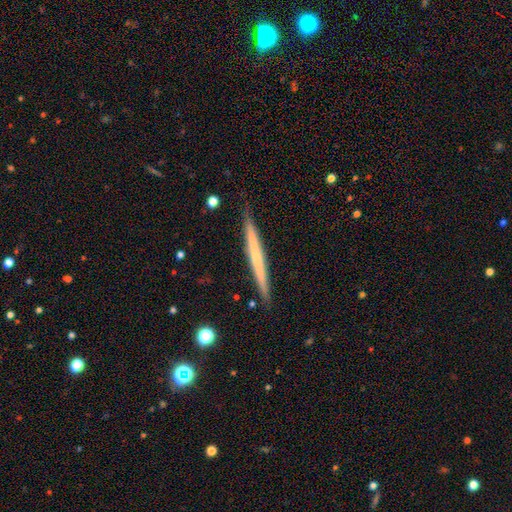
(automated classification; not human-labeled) This is possibly a featured or disk galaxy (49%). Merging: clearly none (90%).